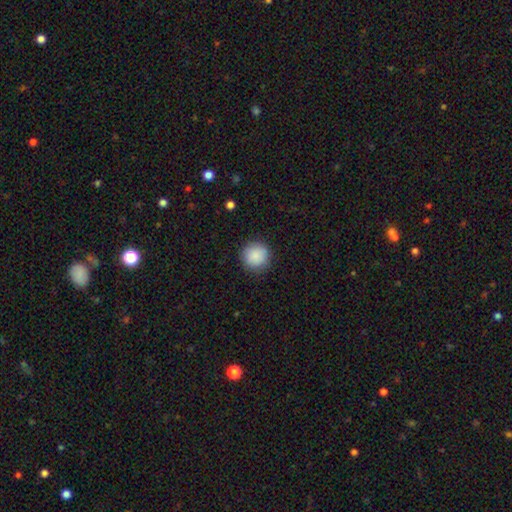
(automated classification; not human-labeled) smooth 89%, star or artifact 8%, featured or disk 3%. Down the decision tree: how rounded — round (95%); merging — none (89%).